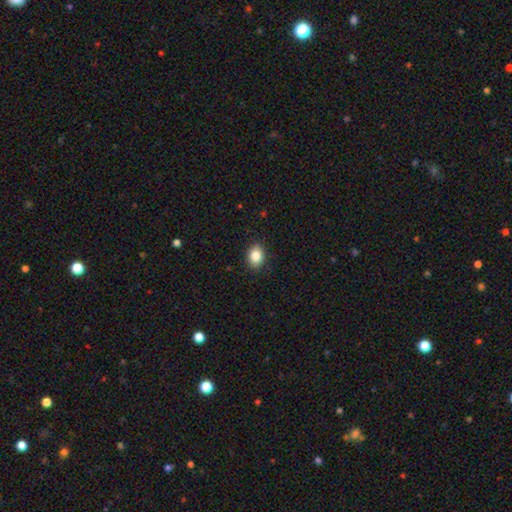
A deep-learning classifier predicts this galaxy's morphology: Smooth or featured?
  - smooth: 85% *
  - star or artifact: 9%
  - featured or disk: 6%
How rounded?
  - in between: 67% *
  - round: 31%
  - cigar-shaped: 1%
Merging?
  - none: 87% *
  - minor disturbance: 9%
  - major disturbance: 2%
  - merger: 1%